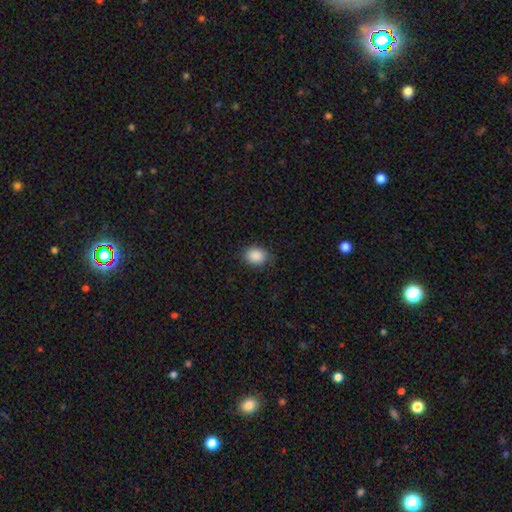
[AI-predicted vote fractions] Smooth or featured? Predicted: smooth (p=0.89). How rounded? Predicted: in between (p=0.53). Merging? Predicted: none (p=0.82).